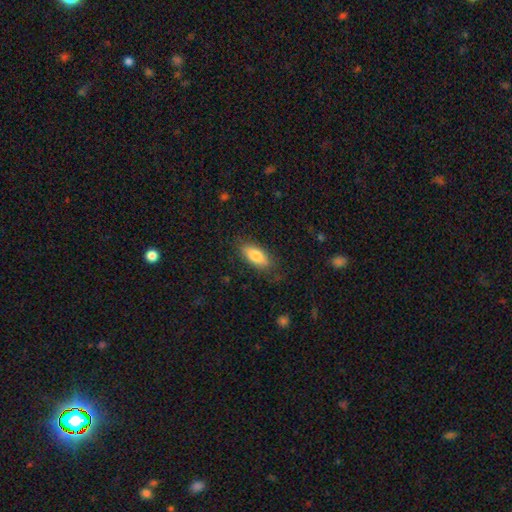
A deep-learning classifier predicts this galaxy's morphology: This is clearly a smooth galaxy (81%). How rounded: clearly in between (85%). Merging: clearly none (81%).